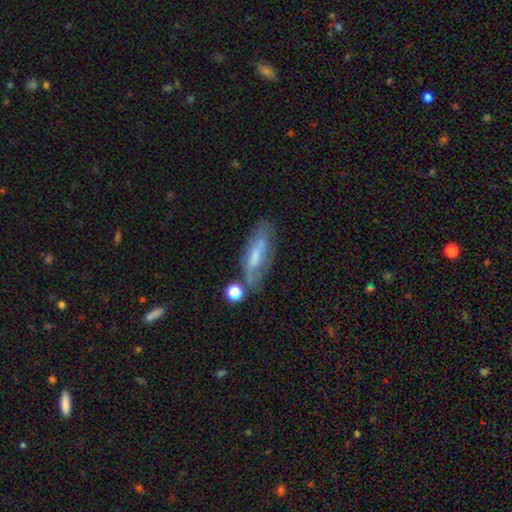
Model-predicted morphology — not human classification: A smooth galaxy with no disk features (48%).

Vote fractions:
- Smooth or featured? smooth: 48% / featured or disk: 43% / star or artifact: 9%
- Merging? none: 55% / minor disturbance: 24% / major disturbance: 11% / merger: 10%